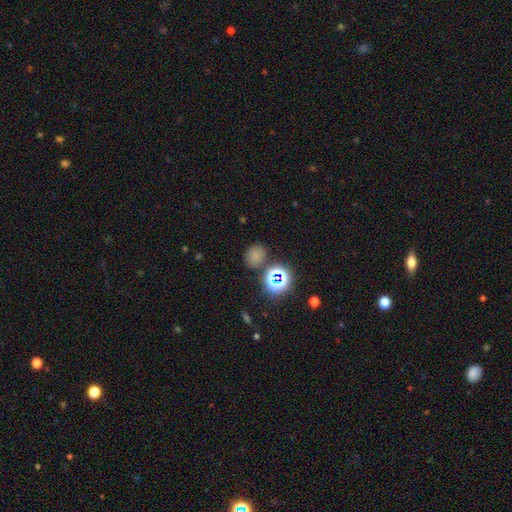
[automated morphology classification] Smooth or featured?
  - smooth: 68% *
  - star or artifact: 26%
  - featured or disk: 7%
How rounded?
  - round: 59% *
  - in between: 40%
  - cigar-shaped: 1%
Merging?
  - none: 76% *
  - minor disturbance: 12%
  - merger: 8%
  - major disturbance: 4%